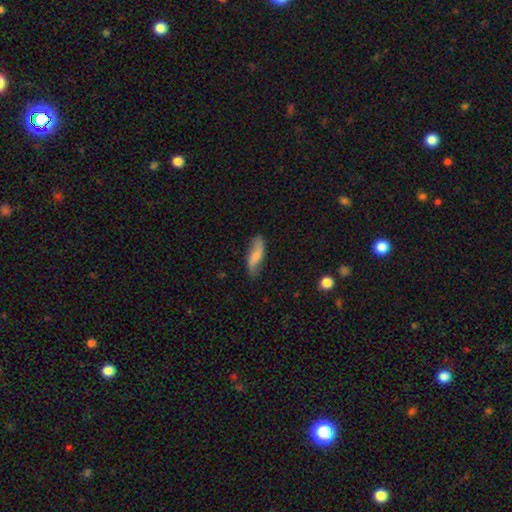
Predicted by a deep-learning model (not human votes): smooth_or_featured: smooth (p=0.61) [alt: featured or disk p=0.32]
how_rounded: in between (p=0.52) [alt: cigar-shaped p=0.45]
merging: none (p=0.68) [alt: minor disturbance p=0.24]